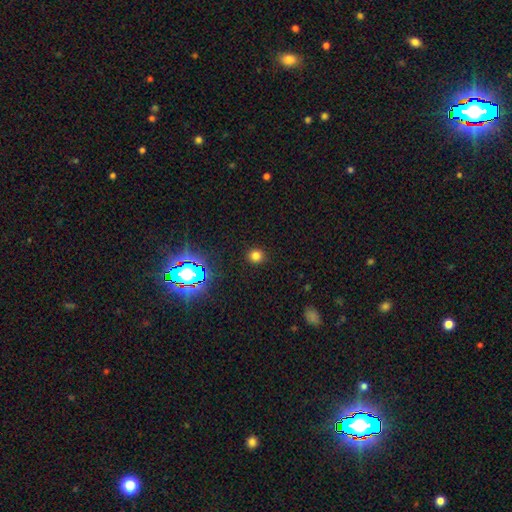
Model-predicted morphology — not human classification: This appears to be a smooth galaxy with no disk features (75%) that is round (89%). Merging: none (91%).